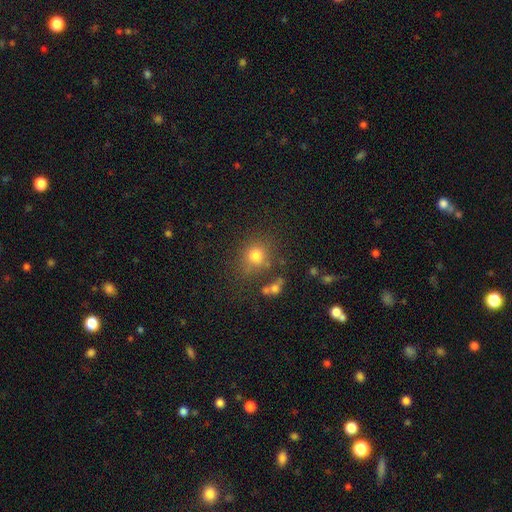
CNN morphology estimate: type=smooth (75%); roundness=round (78%); merging=none (71%).